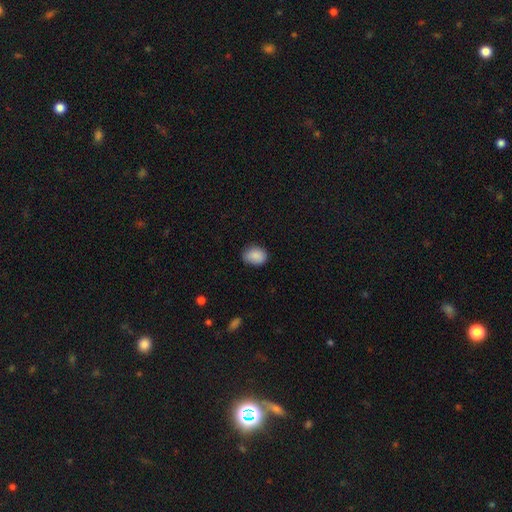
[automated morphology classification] This is clearly a smooth galaxy (88%). How rounded: likely in between (69%). Merging: likely none (77%).